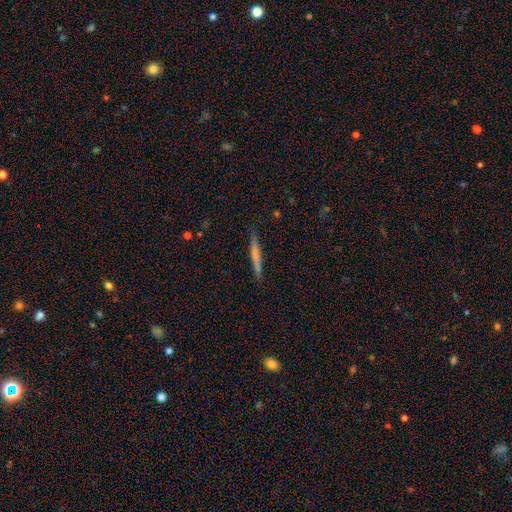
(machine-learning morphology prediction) Smooth or featured? Predicted: smooth (p=0.58). How rounded? Predicted: cigar-shaped (p=0.96). Merging? Predicted: none (p=0.89).